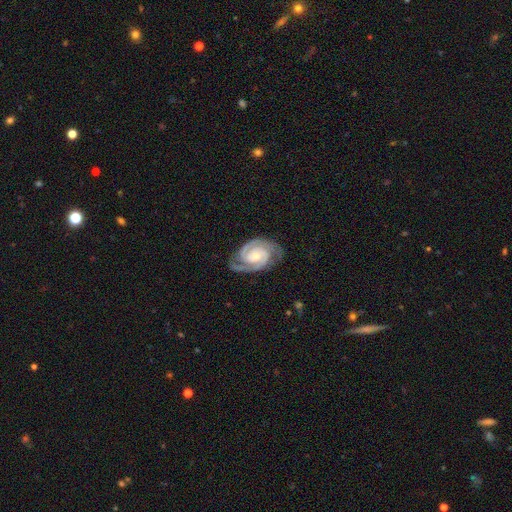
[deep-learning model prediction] Smooth or featured? Predicted: featured or disk (p=0.93). Edge-on disk? Predicted: no (p=0.98). Bar? Predicted: no (p=0.56). Spiral arms? Predicted: yes (p=0.99). Spiral winding? Predicted: tight (p=0.68). Spiral arm count? Predicted: 2 (p=0.87). Bulge size? Predicted: small (p=0.47, tied with moderate). Merging? Predicted: none (p=0.79).